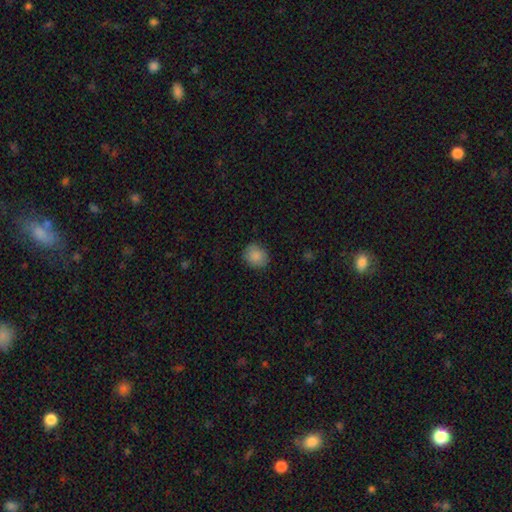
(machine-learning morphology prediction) Smooth or featured? smooth (87%)
How rounded? round (68%)
Merging? none (85%)